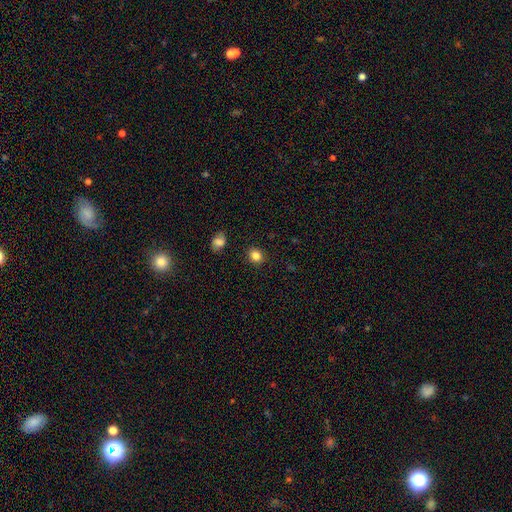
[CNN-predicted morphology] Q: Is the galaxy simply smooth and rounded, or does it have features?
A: smooth — 84%.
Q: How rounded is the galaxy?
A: round — 64%.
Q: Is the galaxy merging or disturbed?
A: none — 88%.